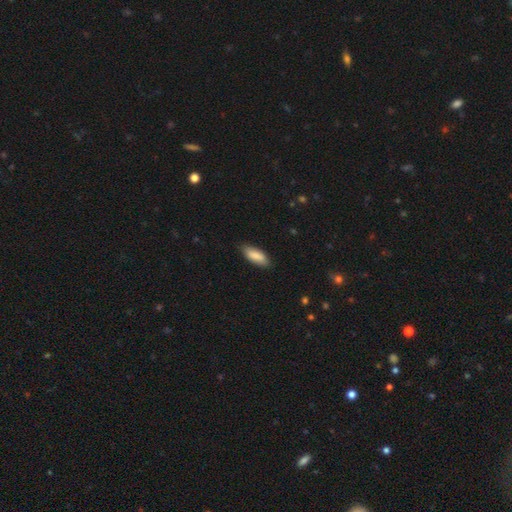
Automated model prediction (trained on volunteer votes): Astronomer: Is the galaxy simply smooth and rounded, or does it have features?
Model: smooth — 86%.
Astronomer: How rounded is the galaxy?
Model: in between — 74%.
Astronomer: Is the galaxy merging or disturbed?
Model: none — 82%.